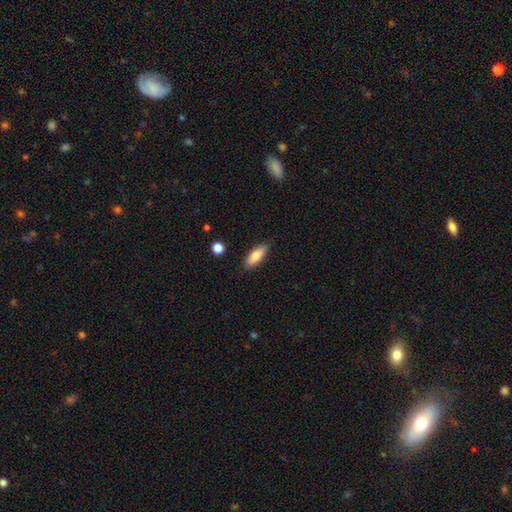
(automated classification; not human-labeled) Smooth or featured? smooth (79%)
How rounded? in between (64%)
Merging? none (87%)